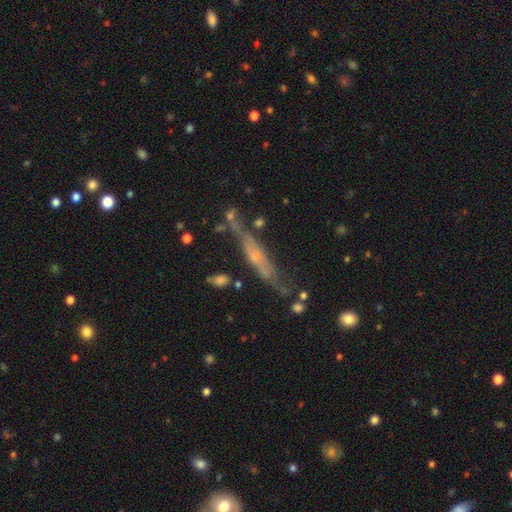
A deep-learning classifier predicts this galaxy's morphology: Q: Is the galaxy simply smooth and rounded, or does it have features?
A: featured or disk — 63%.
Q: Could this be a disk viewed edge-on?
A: yes — 77%.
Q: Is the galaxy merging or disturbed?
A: none — 60%.